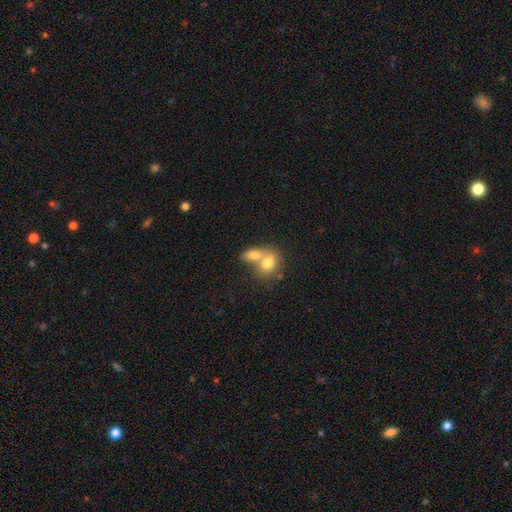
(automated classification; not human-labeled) Smooth or featured?
  - smooth: 72% *
  - featured or disk: 18%
  - star or artifact: 10%
How rounded?
  - in between: 58% *
  - round: 40%
  - cigar-shaped: 2%
Merging?
  - merger: 68% *
  - none: 22%
  - minor disturbance: 6%
  - major disturbance: 3%